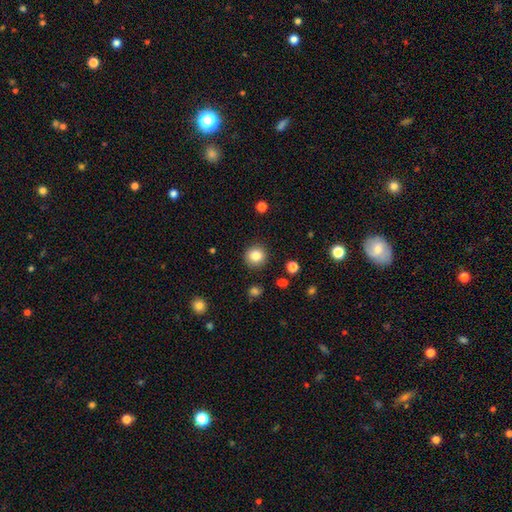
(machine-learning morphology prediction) Smooth or featured: smooth — 84% (star or artifact — 10%)
How rounded: round — 93% (in between — 6%)
Merging: none — 91% (minor disturbance — 6%)